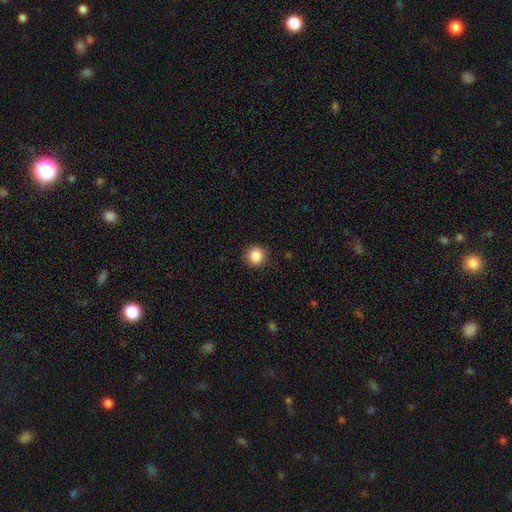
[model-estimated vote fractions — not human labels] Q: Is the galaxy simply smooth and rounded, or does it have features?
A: smooth — 86%.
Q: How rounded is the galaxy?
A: round — 94%.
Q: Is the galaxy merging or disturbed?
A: none — 91%.